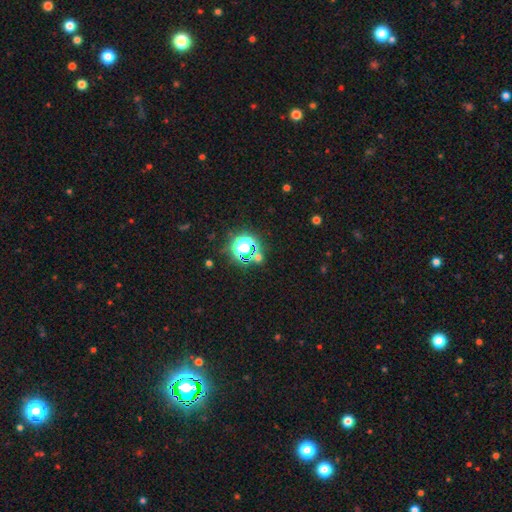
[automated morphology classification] Smooth or featured: star or artifact — 69% (smooth — 24%)